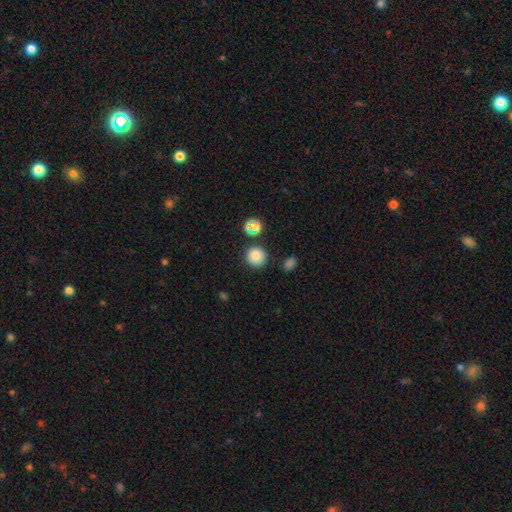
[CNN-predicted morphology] This is clearly a smooth galaxy (81%). How rounded: clearly round (92%). Merging: clearly none (86%).